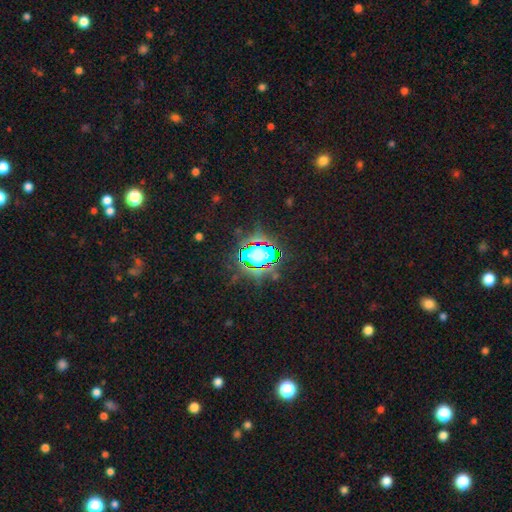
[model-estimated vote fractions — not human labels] A star or artifact, not a galaxy (66%).

Vote fractions:
- Smooth or featured? star or artifact: 66% / smooth: 22% / featured or disk: 12%